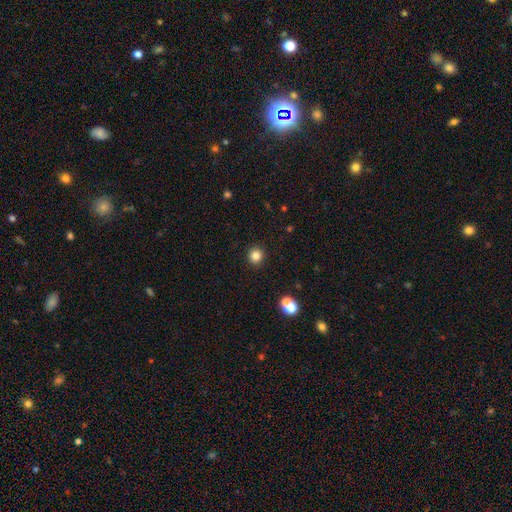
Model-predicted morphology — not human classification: This is clearly a smooth galaxy (82%). How rounded: clearly round (93%). Merging: clearly none (91%).